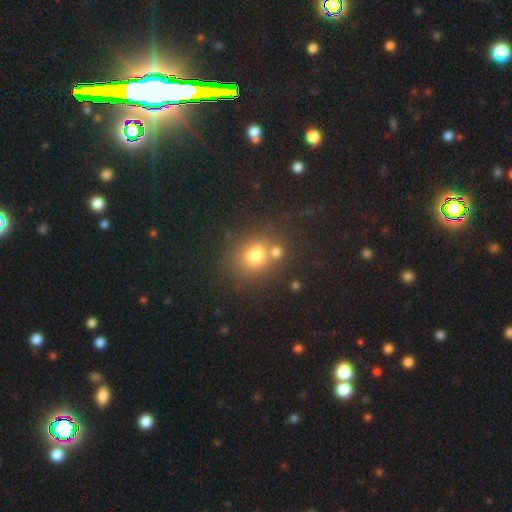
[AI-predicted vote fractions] This is likely a smooth galaxy (74%). How rounded: likely round (79%). Merging: possibly none (55%).